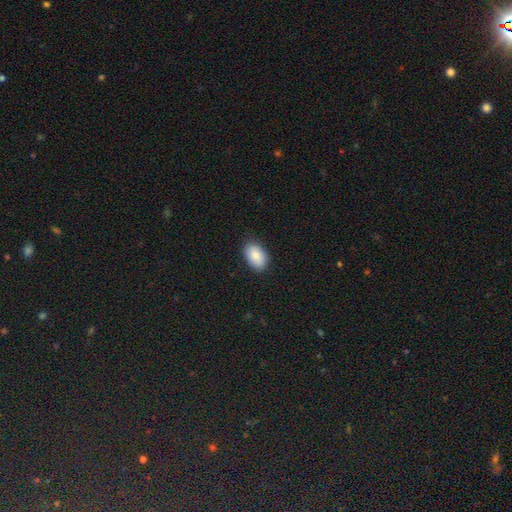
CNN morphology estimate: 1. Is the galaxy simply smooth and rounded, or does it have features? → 86% smooth, 7% featured or disk, 7% star or artifact.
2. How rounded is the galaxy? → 91% in between, 7% round, 1% cigar-shaped.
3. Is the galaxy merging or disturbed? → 86% none, 11% minor disturbance, 2% major disturbance, 1% merger.